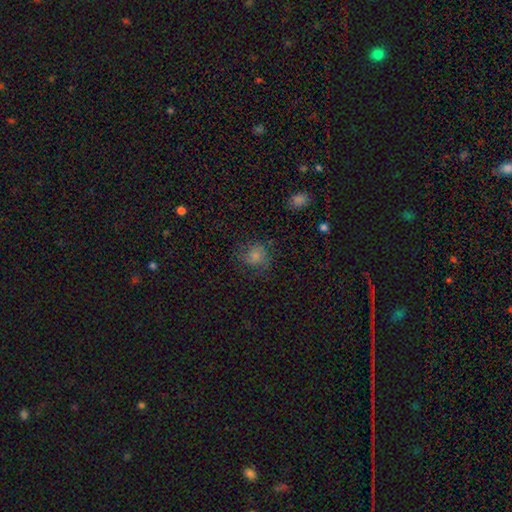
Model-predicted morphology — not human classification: The model was most divided on "merging": none: 67%, minor disturbance: 20%, major disturbance: 11%, merger: 2%. More confident: how rounded — round (80%); smooth or featured — smooth (75%).